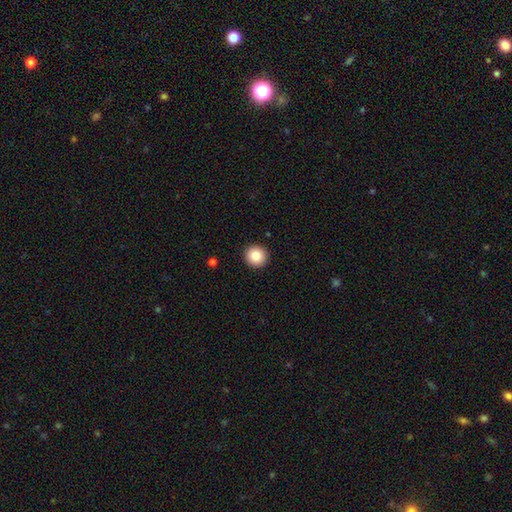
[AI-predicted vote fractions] This appears to be a smooth galaxy with no disk features (84%) that is round (95%). Merging: none (93%).